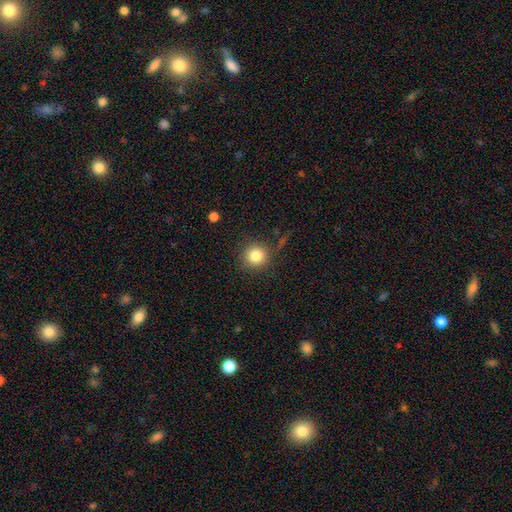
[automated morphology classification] smooth 83%, star or artifact 11%, featured or disk 6%. Down the decision tree: how rounded — round (93%); merging — none (84%).